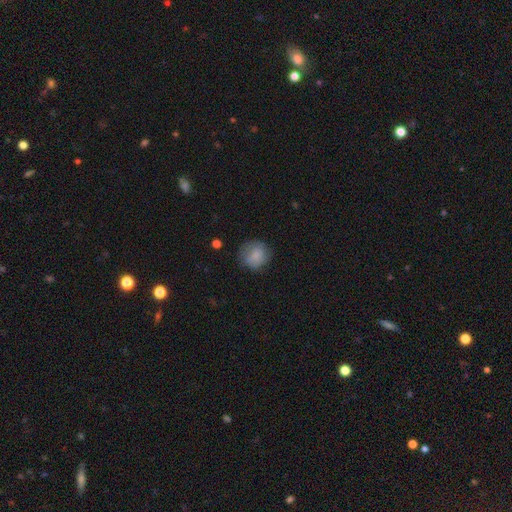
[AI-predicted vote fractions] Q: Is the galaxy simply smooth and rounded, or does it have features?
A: smooth — 81%.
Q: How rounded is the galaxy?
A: round — 85%.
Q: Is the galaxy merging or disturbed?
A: none — 73%.